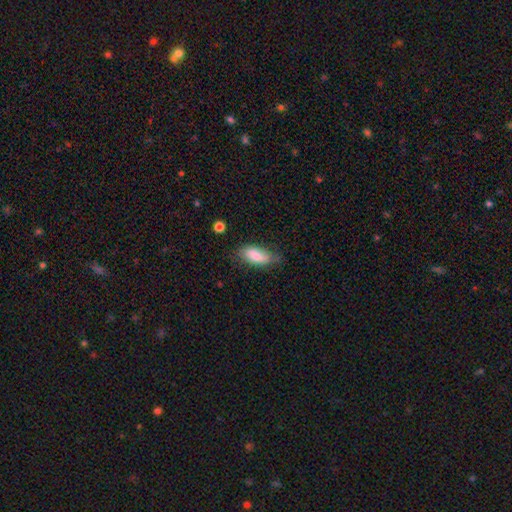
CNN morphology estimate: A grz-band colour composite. It shows a smooth galaxy with no disk features (81%) that is in between round and cigar-shaped (84%). Merging: none (61%).